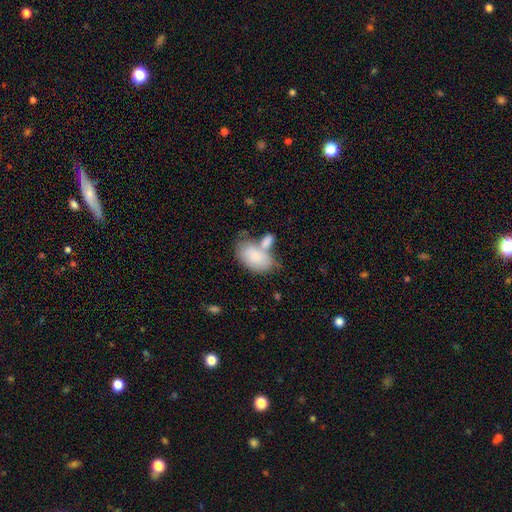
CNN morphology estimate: Q: Smooth or featured?
A: smooth (79%); runner-up: featured or disk (15%)
Q: How rounded?
A: in between (93%); runner-up: round (6%)
Q: Merging?
A: merger (45%); runner-up: none (29%)